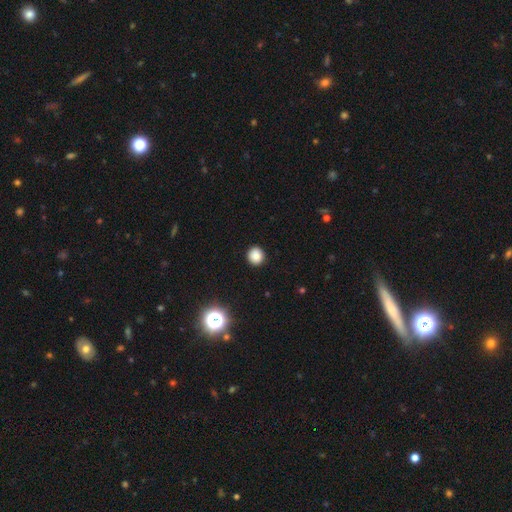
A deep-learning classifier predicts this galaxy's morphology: A smooth galaxy with no disk features (85%) that is round (90%).

Vote fractions:
- Smooth or featured? smooth: 85% / star or artifact: 12% / featured or disk: 3%
- How rounded? round: 90% / in between: 9% / cigar-shaped: 1%
- Merging? none: 92% / minor disturbance: 6% / major disturbance: 2% / merger: 1%